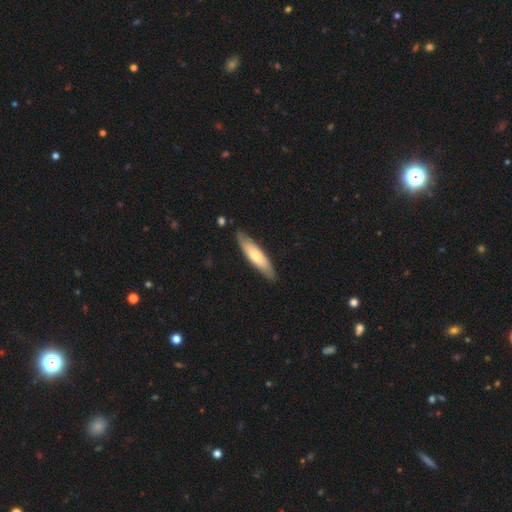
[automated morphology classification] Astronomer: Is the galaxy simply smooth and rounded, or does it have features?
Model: smooth — 61%.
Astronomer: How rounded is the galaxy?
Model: cigar-shaped — 73%.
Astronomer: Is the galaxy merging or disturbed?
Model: none — 84%.